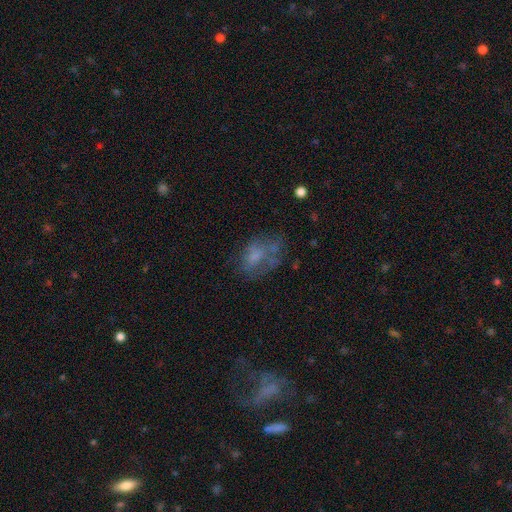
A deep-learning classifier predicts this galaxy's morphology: smooth-or-featured: smooth: 51% | featured or disk: 36% | star or artifact: 13%
  how-rounded: in between: 80% | round: 18% | cigar-shaped: 2%
  merging: none: 38% | major disturbance: 30% | minor disturbance: 23% | merger: 9%